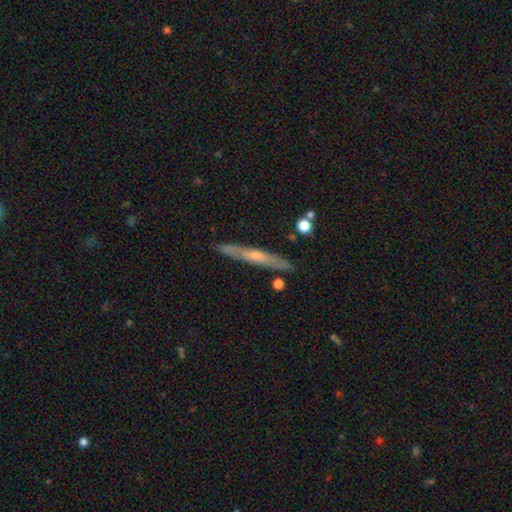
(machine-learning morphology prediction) Smooth or featured? featured or disk (57%)
Edge-on disk? yes (93%)
Edge-on bulge? rounded (48%)
Merging? none (87%)